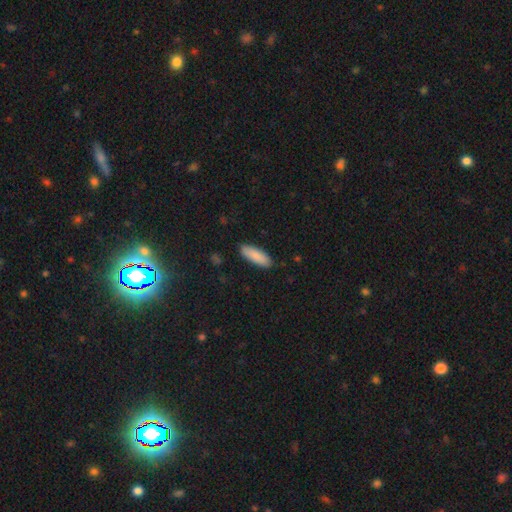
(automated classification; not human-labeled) A smooth galaxy with no disk features (87%) that is in between round and cigar-shaped (63%). Merging: none (89%).